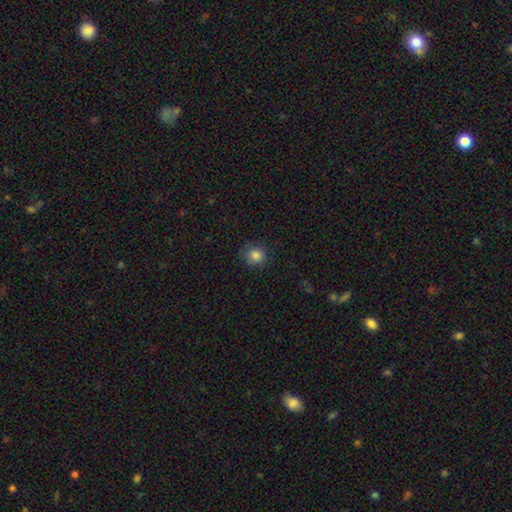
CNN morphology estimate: smooth 84%, star or artifact 11%, featured or disk 5%. Down the decision tree: how rounded — round (86%); merging — none (81%).